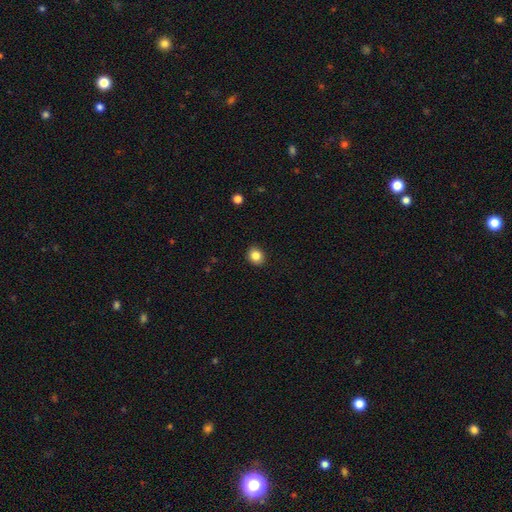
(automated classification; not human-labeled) Q: Smooth or featured?
A: smooth (84%); runner-up: star or artifact (10%)
Q: How rounded?
A: round (69%); runner-up: in between (30%)
Q: Merging?
A: none (91%); runner-up: minor disturbance (7%)